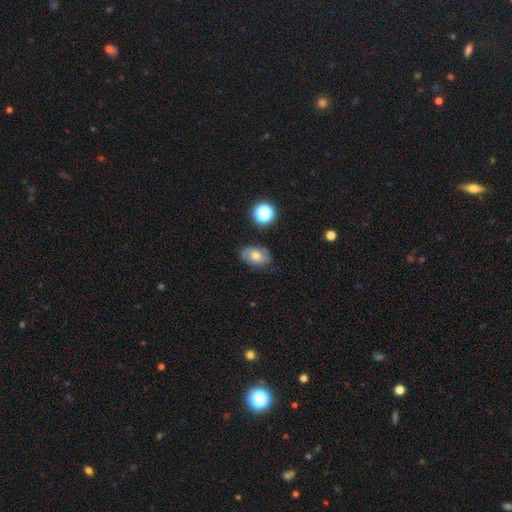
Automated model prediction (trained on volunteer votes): A smooth galaxy with no disk features (66%) that is in between round and cigar-shaped (79%). Merging: none (77%).